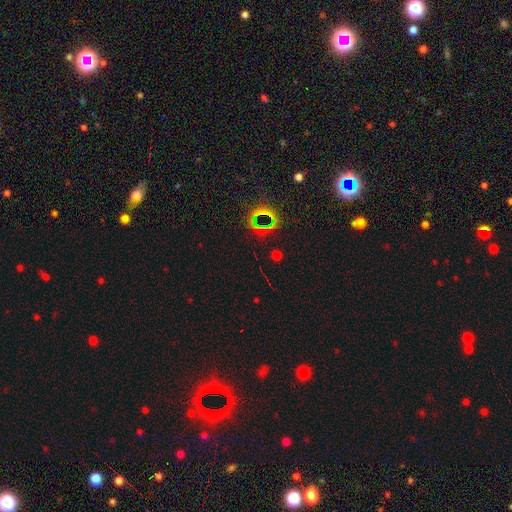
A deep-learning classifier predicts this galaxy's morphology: A star or artifact, not a galaxy (66%).

Vote fractions:
- Smooth or featured? star or artifact: 66% / smooth: 24% / featured or disk: 11%